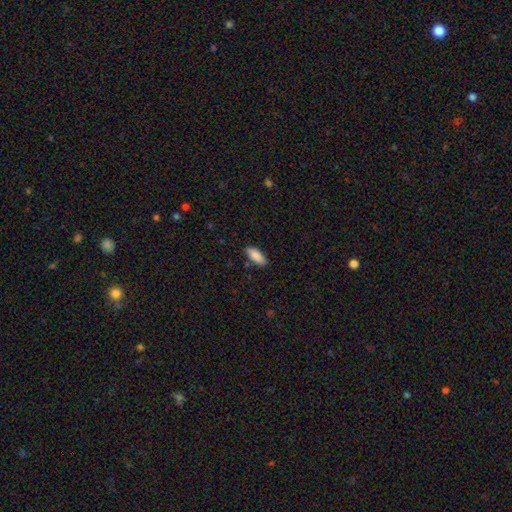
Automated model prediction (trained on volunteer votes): Q: Smooth or featured?
A: smooth (89%); runner-up: star or artifact (6%)
Q: How rounded?
A: in between (82%); runner-up: cigar-shaped (17%)
Q: Merging?
A: none (85%); runner-up: minor disturbance (11%)